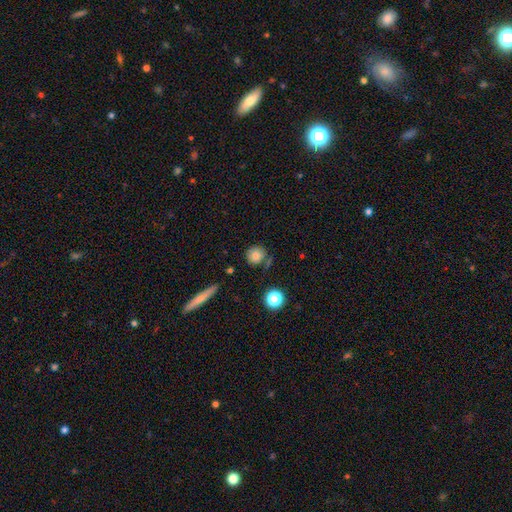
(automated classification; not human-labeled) smooth-or-featured: smooth: 80% | star or artifact: 11% | featured or disk: 9%
  how-rounded: round: 88% | in between: 10% | cigar-shaped: 2%
  merging: none: 73% | minor disturbance: 14% | merger: 9% | major disturbance: 4%